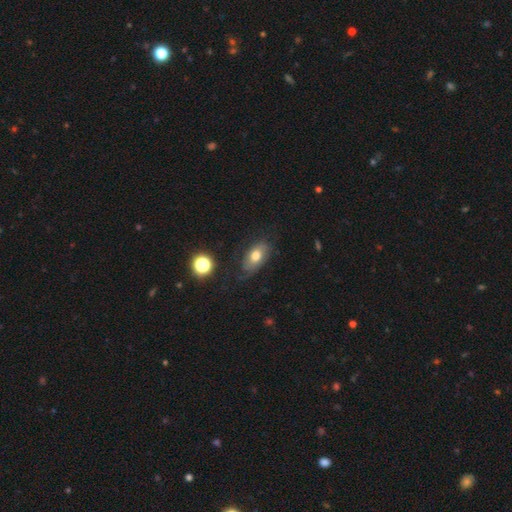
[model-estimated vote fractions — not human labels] Overall: smooth (65%; featured or disk 25%). How rounded: in between (88%). Merging: none (64%; minor disturbance 24%).